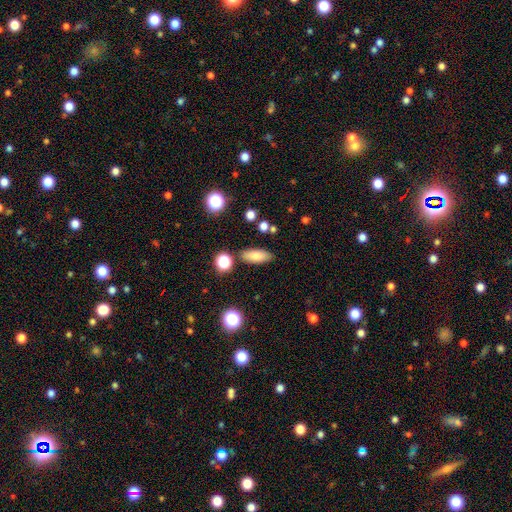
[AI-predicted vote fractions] A smooth galaxy with no disk features (79%) that is in between round and cigar-shaped (76%). Merging: none (84%).